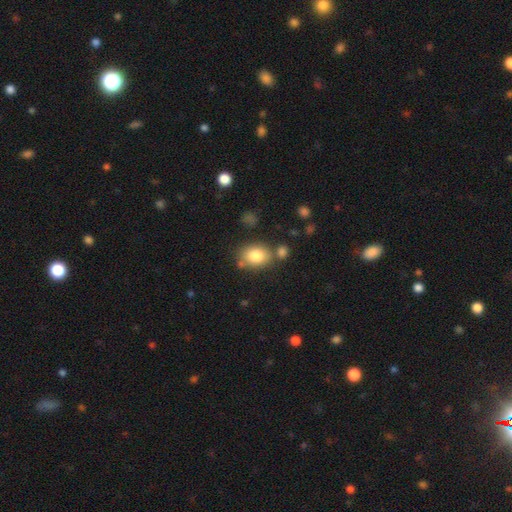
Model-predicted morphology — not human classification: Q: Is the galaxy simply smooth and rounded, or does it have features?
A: smooth — 82%.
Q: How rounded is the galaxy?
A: in between — 62%.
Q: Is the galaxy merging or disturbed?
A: none — 69%.